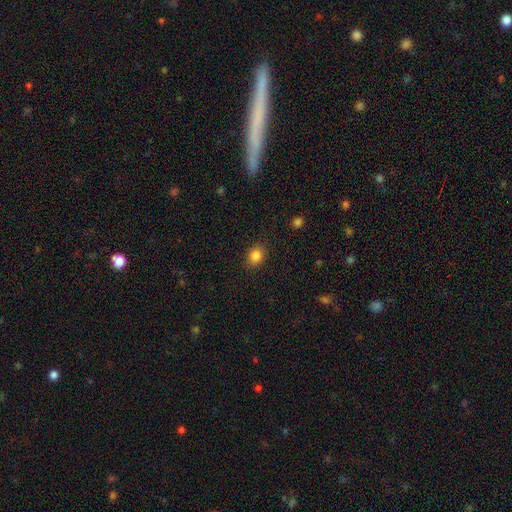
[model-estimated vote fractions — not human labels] The model was most divided on "how rounded": round: 56%, in between: 43%, cigar-shaped: 1%. More confident: merging — none (87%); smooth or featured — smooth (85%).